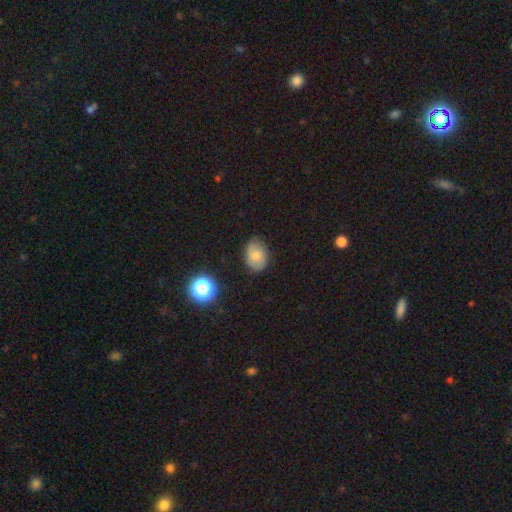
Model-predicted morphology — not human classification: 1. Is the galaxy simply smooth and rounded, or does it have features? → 68% smooth, 21% featured or disk, 11% star or artifact.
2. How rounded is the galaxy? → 65% in between, 34% round, 1% cigar-shaped.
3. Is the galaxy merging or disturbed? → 77% none, 18% minor disturbance, 4% major disturbance, 2% merger.